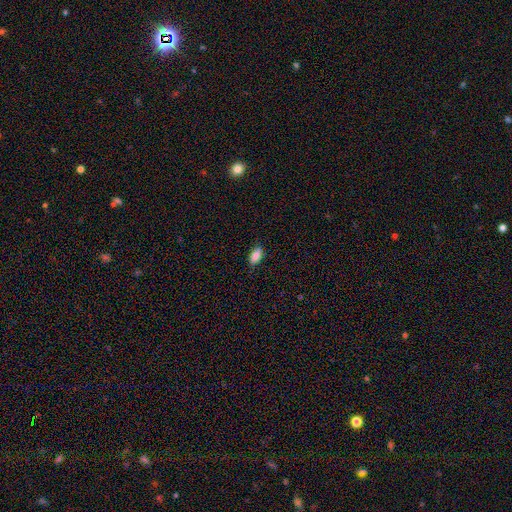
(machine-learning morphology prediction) This appears to be a smooth galaxy with no disk features (84%) that is in between round and cigar-shaped (88%). Merging: none (84%).